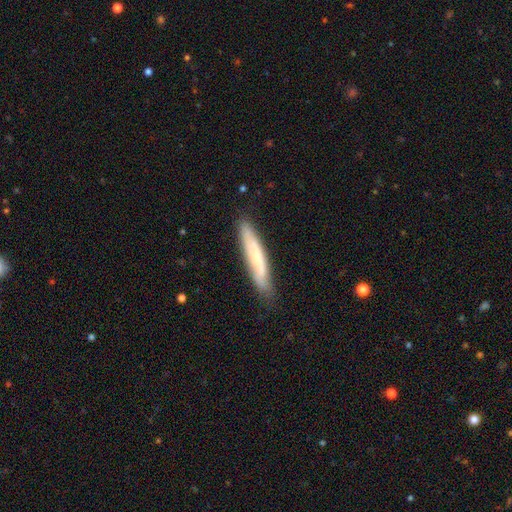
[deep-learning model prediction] Smooth or featured?
  - smooth: 59% *
  - featured or disk: 35%
  - star or artifact: 6%
How rounded?
  - cigar-shaped: 90% *
  - in between: 9%
  - round: 1%
Merging?
  - none: 82% *
  - minor disturbance: 14%
  - major disturbance: 2%
  - merger: 1%